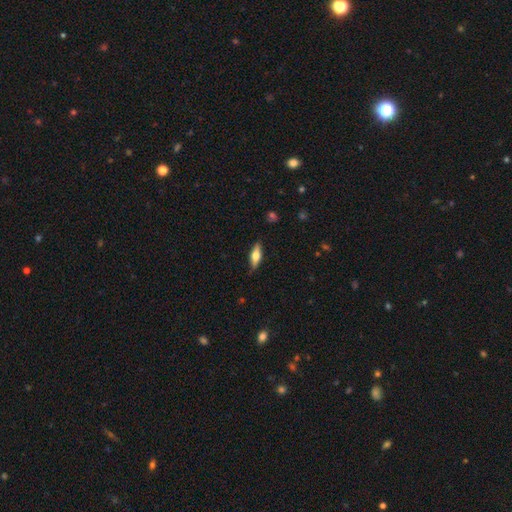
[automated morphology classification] This appears to be a smooth galaxy with no disk features (53%) that is in between round and cigar-shaped (55%). Merging: none (85%).